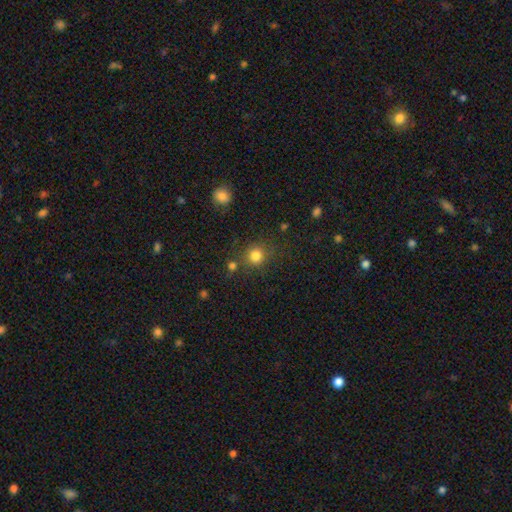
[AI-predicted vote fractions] Smooth or featured: smooth — 80% (star or artifact — 14%)
How rounded: round — 89% (in between — 10%)
Merging: none — 77% (minor disturbance — 10%)